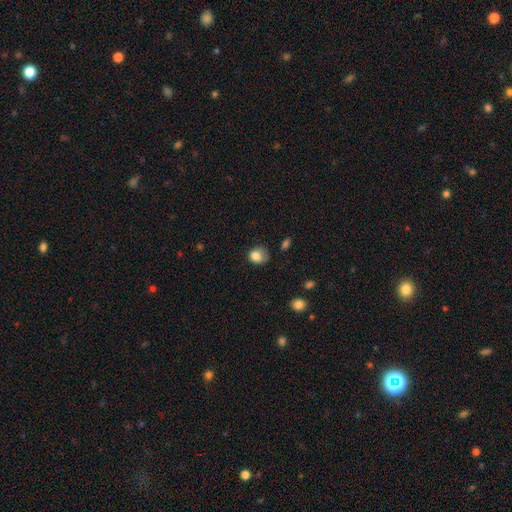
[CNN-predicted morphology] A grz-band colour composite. It shows a smooth galaxy with no disk features (81%) that is round (64%). Merging: none (47%).